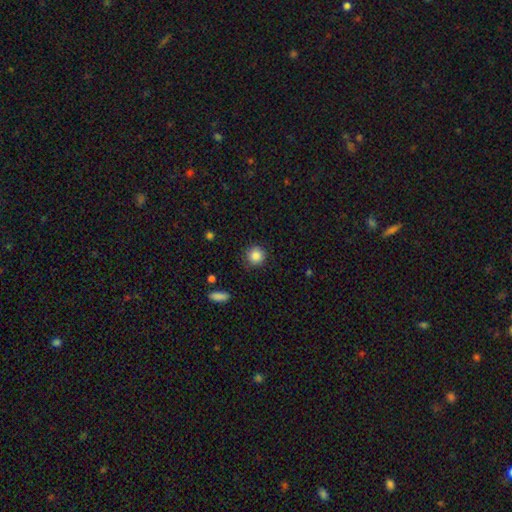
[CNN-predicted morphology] Smooth or featured? Predicted: smooth (p=0.86). How rounded? Predicted: round (p=0.93). Merging? Predicted: none (p=0.87).